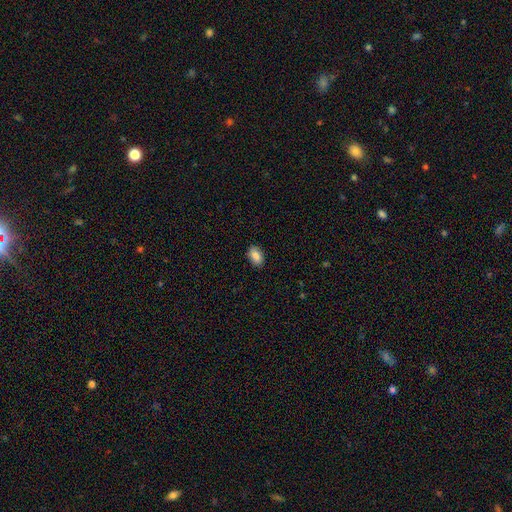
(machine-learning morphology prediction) Smooth or featured? Predicted: smooth (p=0.85). How rounded? Predicted: in between (p=0.87). Merging? Predicted: none (p=0.88).